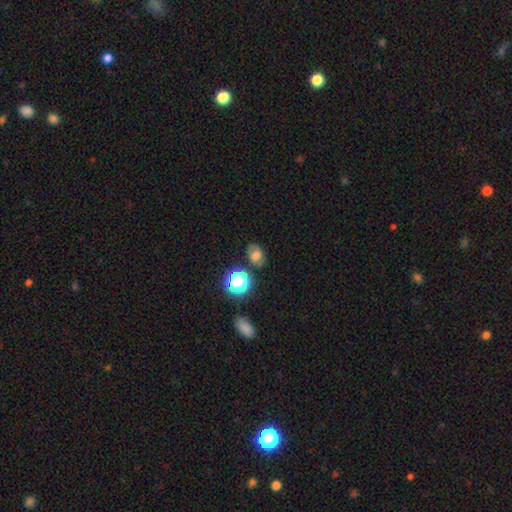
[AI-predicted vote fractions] smooth 56%, featured or disk 26%, star or artifact 18%. Down the decision tree: how rounded — in between (62%); merging — none (73%).